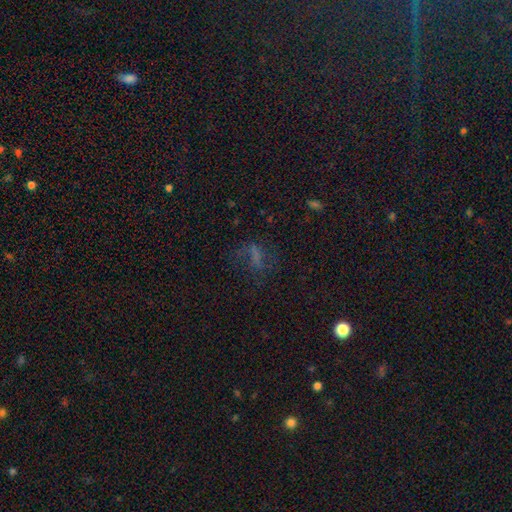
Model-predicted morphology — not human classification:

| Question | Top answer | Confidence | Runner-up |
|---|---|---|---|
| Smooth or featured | smooth | 36% | star or artifact (33%) |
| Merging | none | 53% | major disturbance (26%) |